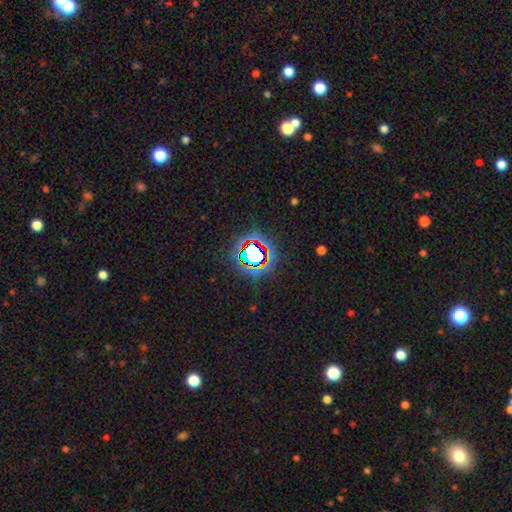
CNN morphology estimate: star or artifact 69%, smooth 19%, featured or disk 12%.